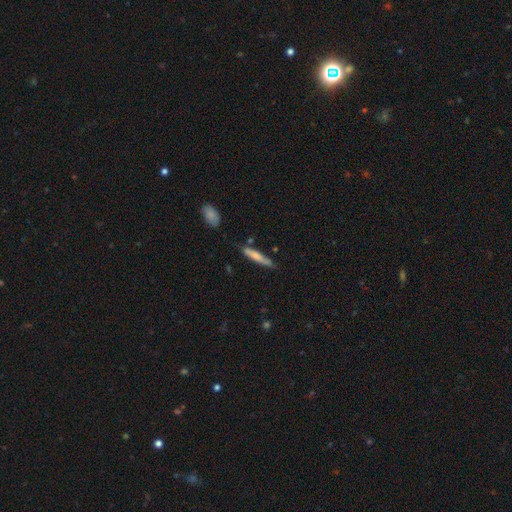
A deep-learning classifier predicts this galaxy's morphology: Smooth or featured? smooth (70%)
How rounded? cigar-shaped (91%)
Merging? none (70%)